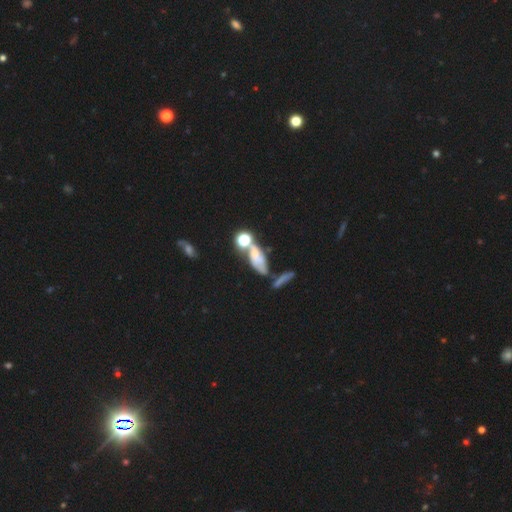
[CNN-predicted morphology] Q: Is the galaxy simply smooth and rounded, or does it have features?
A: smooth — 45%.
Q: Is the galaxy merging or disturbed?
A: merger — 41%.